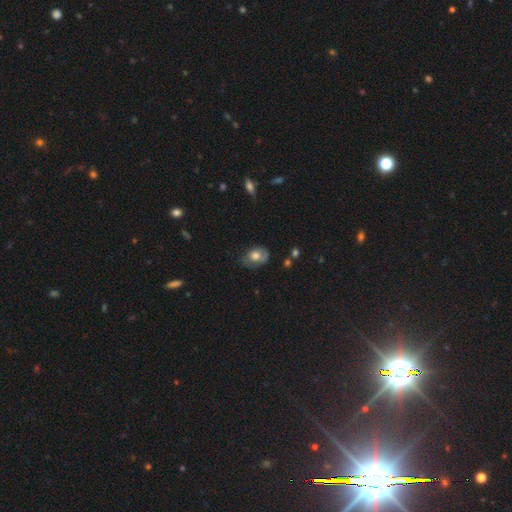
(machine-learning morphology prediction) Smooth or featured: smooth — 62% (featured or disk — 29%)
How rounded: in between — 64% (round — 35%)
Merging: none — 52% (minor disturbance — 32%)